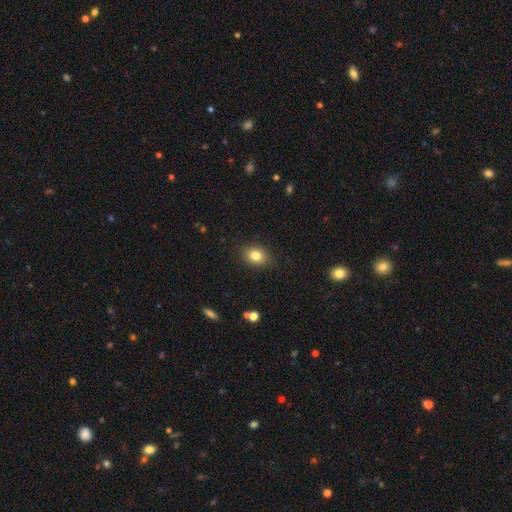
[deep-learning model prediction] Morphology: type=smooth (82%); roundness=in between (61%); merging=none (87%).